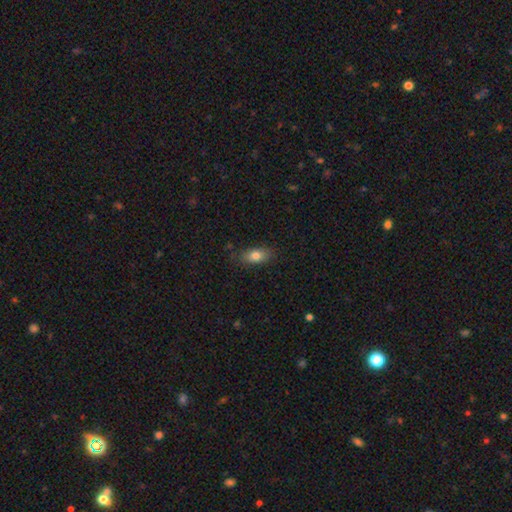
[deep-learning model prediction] Smooth or featured? Predicted: smooth (p=0.79). How rounded? Predicted: in between (p=0.85). Merging? Predicted: none (p=0.82).